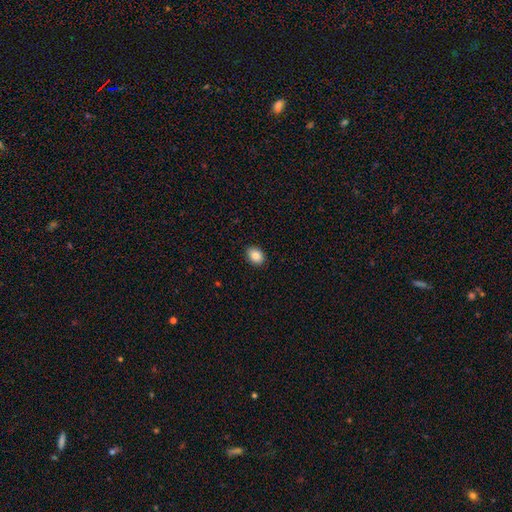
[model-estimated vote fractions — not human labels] Smooth or featured?
  - smooth: 87% *
  - star or artifact: 8%
  - featured or disk: 5%
How rounded?
  - in between: 72% *
  - round: 27%
  - cigar-shaped: 1%
Merging?
  - none: 90% *
  - minor disturbance: 7%
  - major disturbance: 2%
  - merger: 1%